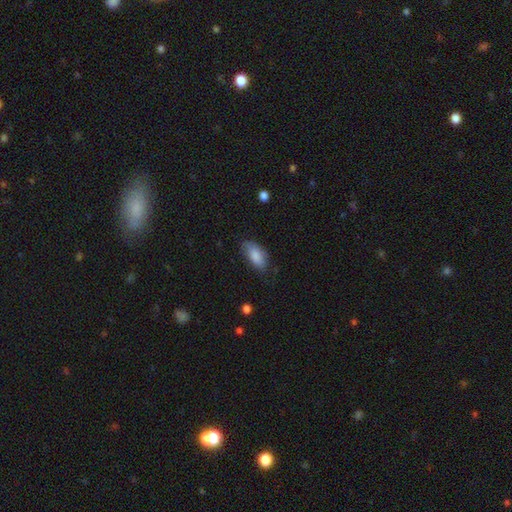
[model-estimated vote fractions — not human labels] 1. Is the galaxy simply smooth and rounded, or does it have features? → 85% smooth, 8% featured or disk, 7% star or artifact.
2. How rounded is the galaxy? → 91% in between, 6% cigar-shaped, 3% round.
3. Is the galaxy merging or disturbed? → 66% none, 26% minor disturbance, 6% major disturbance, 2% merger.